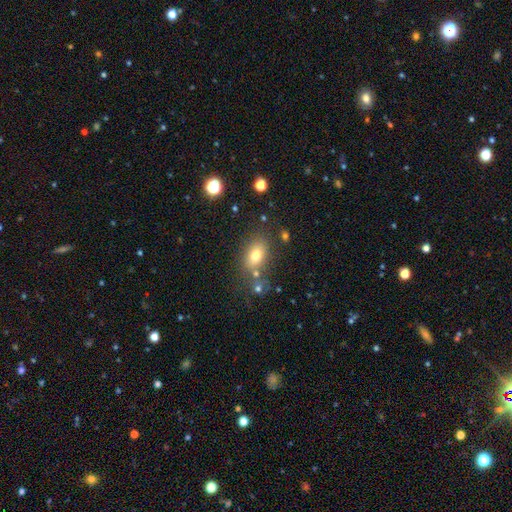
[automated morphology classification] type=smooth (74%); roundness=in between (82%); merging=none (68%).